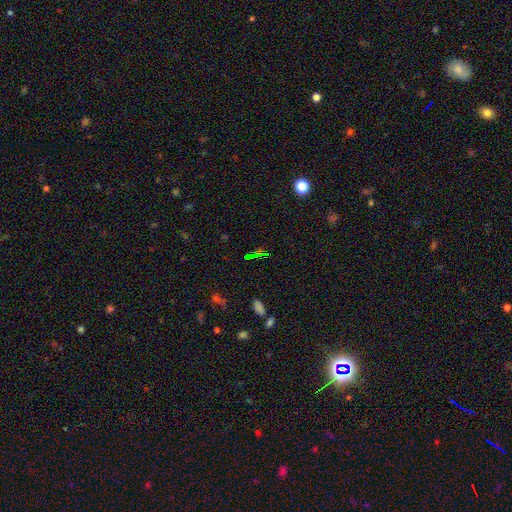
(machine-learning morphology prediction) Smooth or featured: star or artifact — 66% (smooth — 21%)